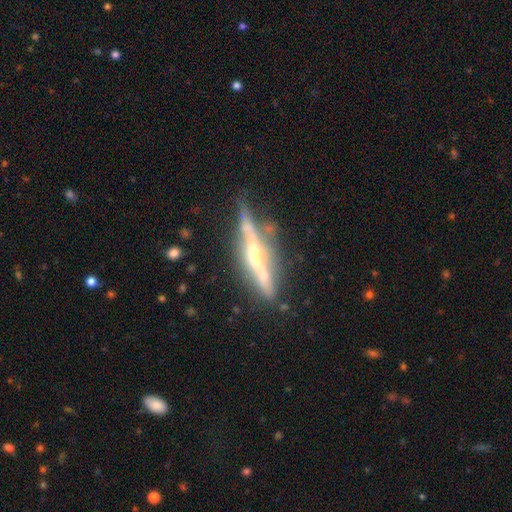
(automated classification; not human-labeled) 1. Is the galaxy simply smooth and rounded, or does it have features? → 77% featured or disk, 16% smooth, 6% star or artifact.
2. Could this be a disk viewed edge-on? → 94% yes, 6% no.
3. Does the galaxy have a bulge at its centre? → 58% rounded, 26% none, 16% boxy.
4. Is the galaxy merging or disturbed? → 69% none, 20% minor disturbance, 6% major disturbance, 5% merger.